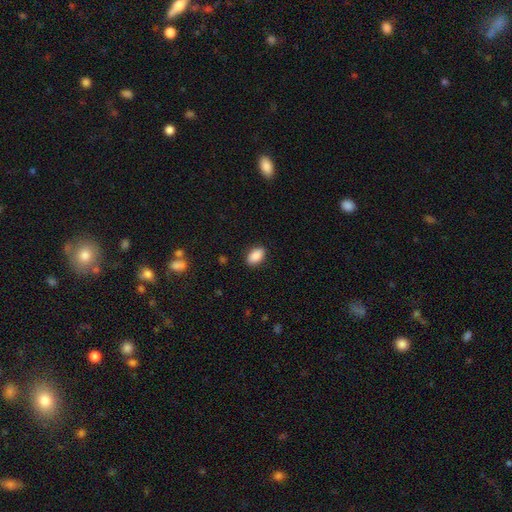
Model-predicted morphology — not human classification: This appears to be a smooth galaxy with no disk features (89%) that is in between round and cigar-shaped (91%). Merging: none (87%).